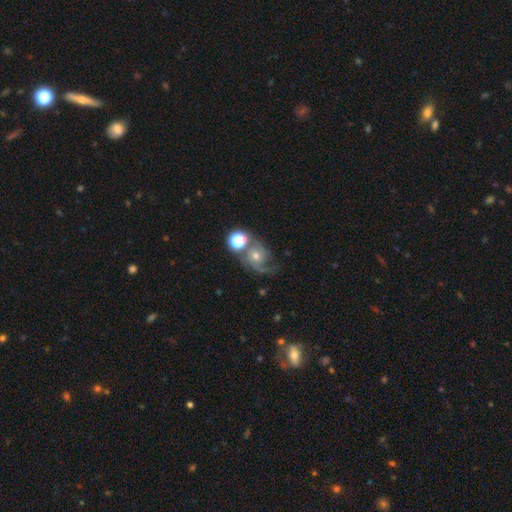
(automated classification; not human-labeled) A featured or disk galaxy (70%) with no bar (70%), 2 (63%) medium (47%) spiral arms (93%) and a moderate central bulge (56%).

Vote fractions:
- Smooth or featured? featured or disk: 70% / smooth: 19% / star or artifact: 12%
- Edge-on disk? no: 97% / yes: 3%
- Bar? no: 70% / weak: 25% / strong: 5%
- Spiral arms? yes: 93% / no: 7%
- Spiral winding? medium: 47% / loose: 30% / tight: 23%
- Spiral arm count? 2: 63% / 1: 21% / can't tell: 8% / 3: 5% / 4: 2% / more than 4: 1%
- Bulge size? moderate: 56% / small: 34% / large: 6% / none: 3% / dominant: 2%
- Merging? none: 44% / merger: 20% / minor disturbance: 19% / major disturbance: 18%